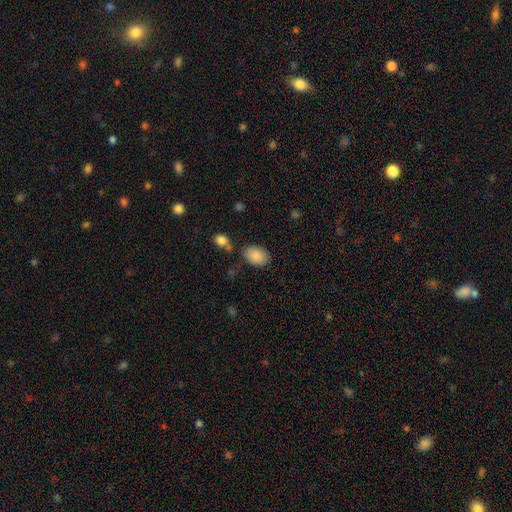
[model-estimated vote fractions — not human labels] Q: Smooth or featured?
A: smooth (87%); runner-up: star or artifact (7%)
Q: How rounded?
A: in between (85%); runner-up: round (14%)
Q: Merging?
A: none (75%); runner-up: minor disturbance (15%)